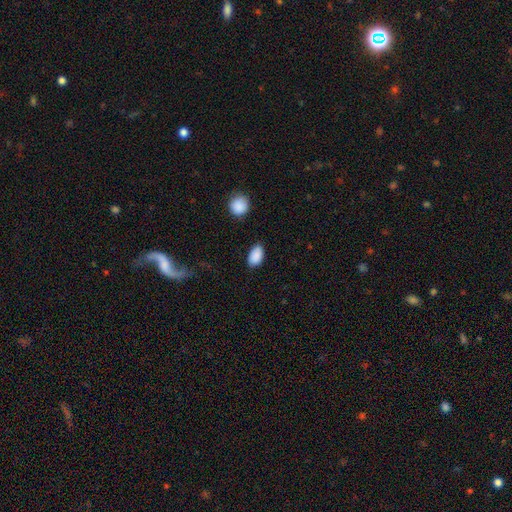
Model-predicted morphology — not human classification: Smooth or featured: smooth — 90% (star or artifact — 7%)
How rounded: in between — 91% (round — 8%)
Merging: none — 82% (minor disturbance — 13%)